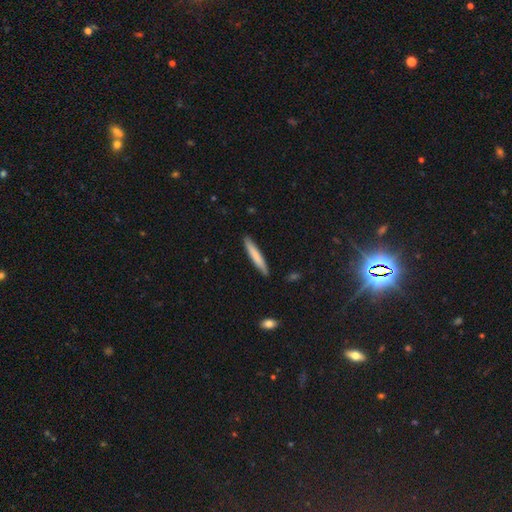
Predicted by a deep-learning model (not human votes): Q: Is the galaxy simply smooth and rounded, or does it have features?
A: smooth — 76%.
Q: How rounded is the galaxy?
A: cigar-shaped — 94%.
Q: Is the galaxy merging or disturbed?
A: none — 88%.